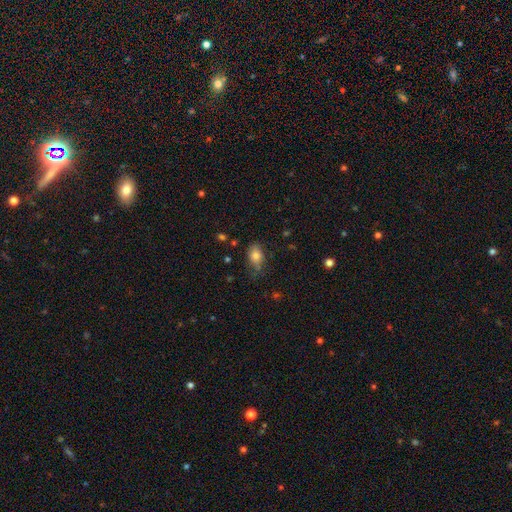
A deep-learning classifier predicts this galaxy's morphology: Smooth or featured? smooth (81%)
How rounded? in between (82%)
Merging? none (63%)